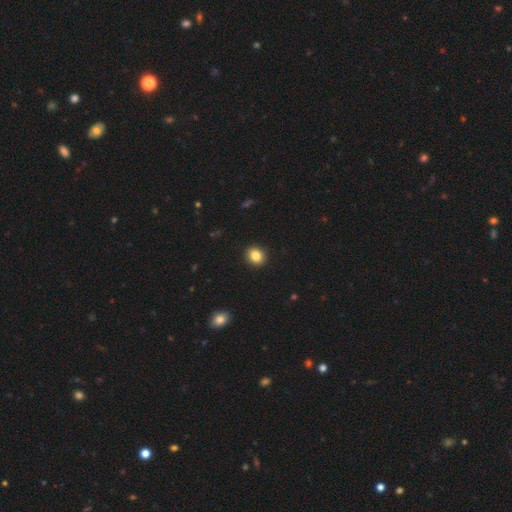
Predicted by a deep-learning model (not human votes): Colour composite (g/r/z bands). It shows a smooth galaxy with no disk features (86%) that is round (68%). Merging: none (92%).